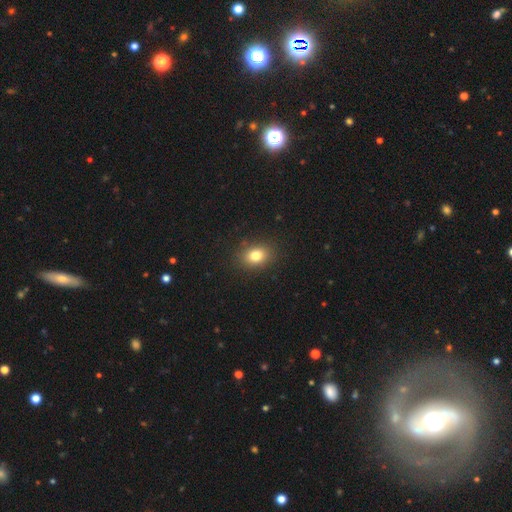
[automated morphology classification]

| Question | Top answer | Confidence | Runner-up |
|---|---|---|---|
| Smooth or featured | smooth | 80% | star or artifact (12%) |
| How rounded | in between | 62% | round (36%) |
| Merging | none | 87% | minor disturbance (9%) |